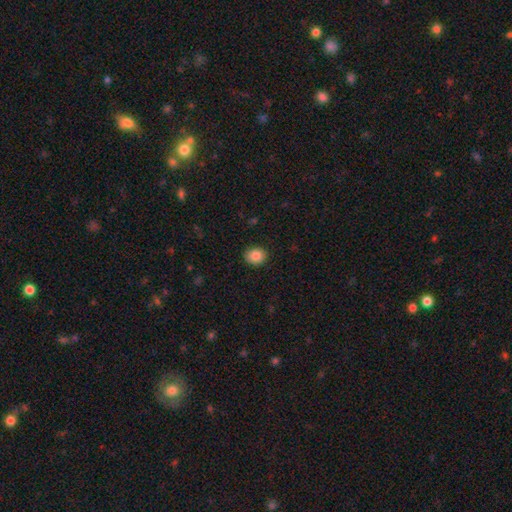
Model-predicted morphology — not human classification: This is clearly a smooth galaxy (86%). How rounded: likely round (70%). Merging: clearly none (89%).